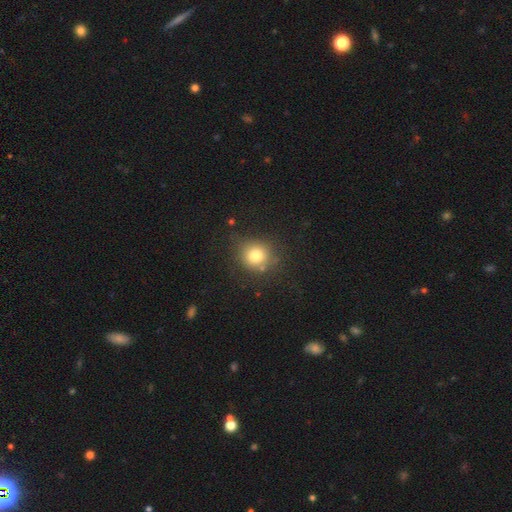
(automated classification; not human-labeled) A smooth galaxy with no disk features (78%) that is round (86%).

Vote fractions:
- Smooth or featured? smooth: 78% / star or artifact: 13% / featured or disk: 10%
- How rounded? round: 86% / in between: 13% / cigar-shaped: 1%
- Merging? none: 76% / minor disturbance: 15% / major disturbance: 5% / merger: 4%